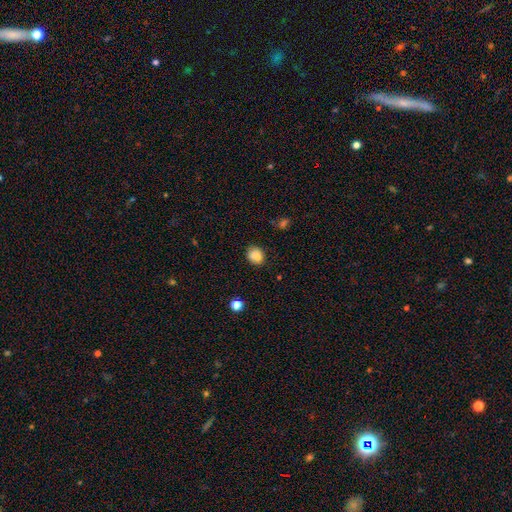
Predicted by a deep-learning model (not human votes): smooth 82%, star or artifact 11%, featured or disk 8%. Down the decision tree: how rounded — round (70%); merging — none (72%).